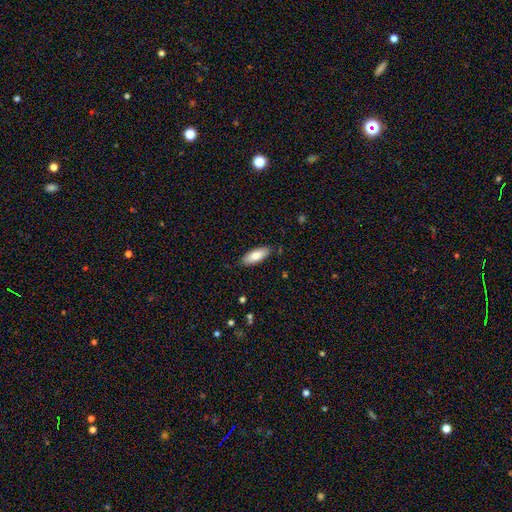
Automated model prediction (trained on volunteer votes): Overall: smooth (80%). How rounded: in between (76%). Merging: none (84%).